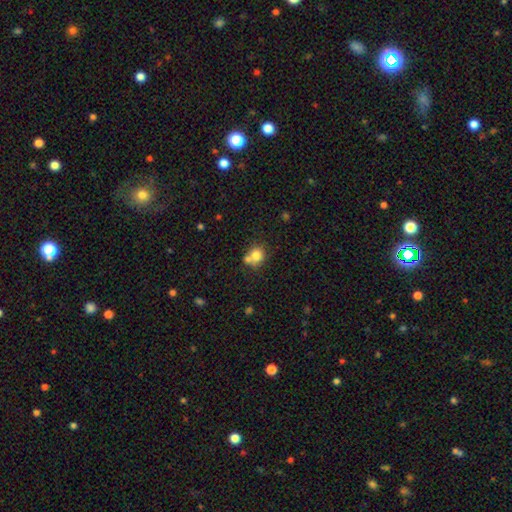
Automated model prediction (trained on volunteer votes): Smooth or featured?
  - smooth: 77% *
  - featured or disk: 12%
  - star or artifact: 11%
How rounded?
  - round: 79% *
  - in between: 20%
  - cigar-shaped: 1%
Merging?
  - none: 50% *
  - merger: 35%
  - minor disturbance: 11%
  - major disturbance: 4%